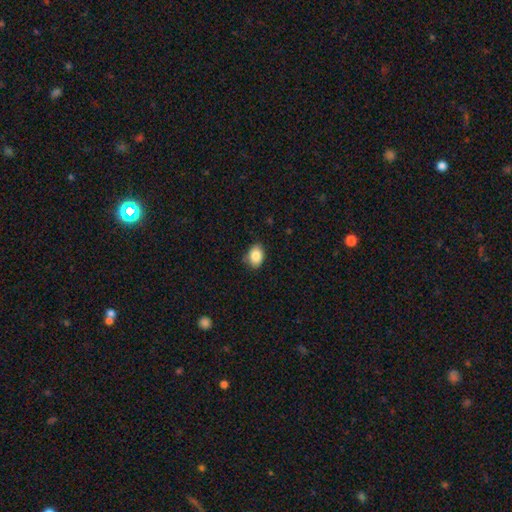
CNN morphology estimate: This appears to be a smooth galaxy with no disk features (85%) that is in between round and cigar-shaped (72%). Merging: none (80%).